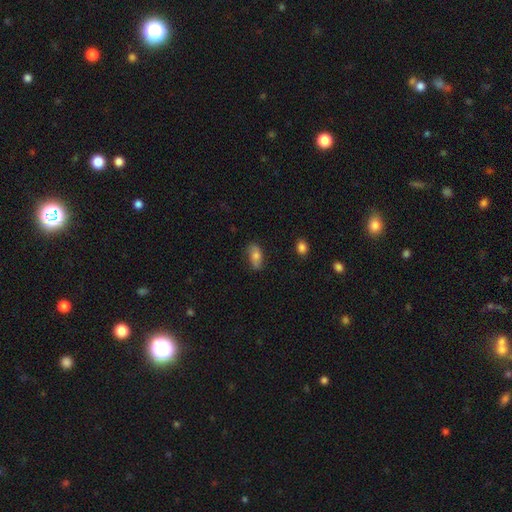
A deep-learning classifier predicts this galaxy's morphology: Smooth or featured? smooth (72%)
How rounded? in between (87%)
Merging? none (73%)